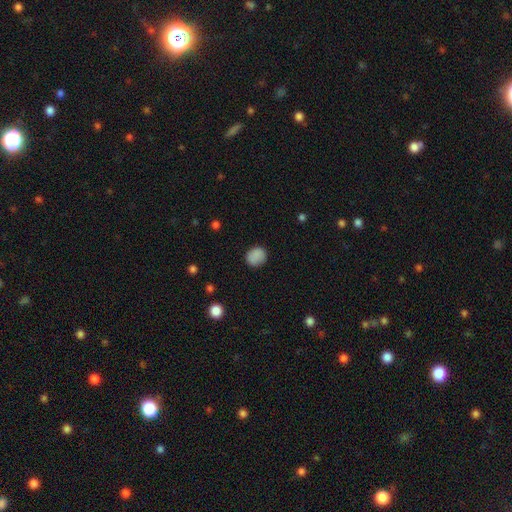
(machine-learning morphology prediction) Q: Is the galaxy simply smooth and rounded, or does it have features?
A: smooth — 87%.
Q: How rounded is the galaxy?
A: round — 71%.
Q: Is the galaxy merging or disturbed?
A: none — 86%.